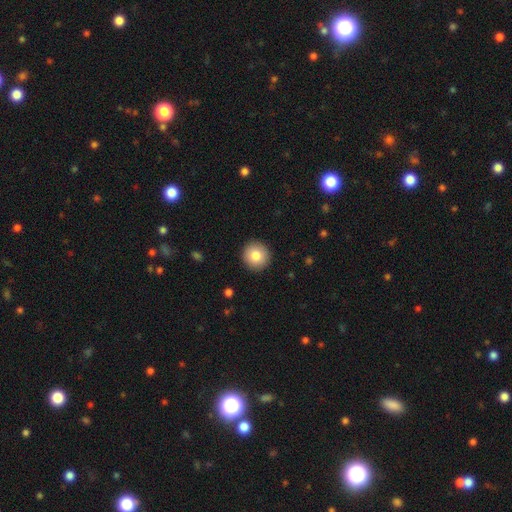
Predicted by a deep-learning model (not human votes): The model was most divided on "smooth or featured": smooth: 82%, featured or disk: 9%, star or artifact: 8%. More confident: how rounded — round (95%); merging — none (93%).